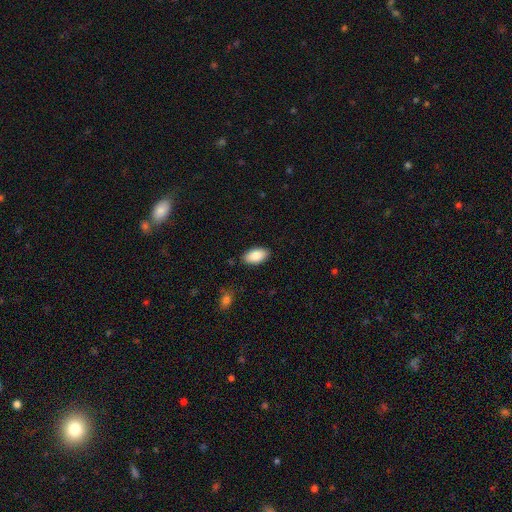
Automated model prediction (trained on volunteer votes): Smooth or featured?
  - smooth: 87% *
  - featured or disk: 6%
  - star or artifact: 6%
How rounded?
  - in between: 95% *
  - round: 3%
  - cigar-shaped: 2%
Merging?
  - none: 87% *
  - minor disturbance: 10%
  - major disturbance: 2%
  - merger: 1%